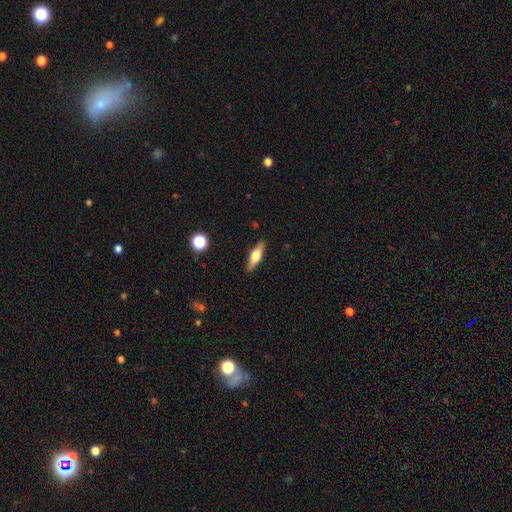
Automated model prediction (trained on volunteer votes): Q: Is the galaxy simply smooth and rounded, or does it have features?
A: featured or disk — 53%.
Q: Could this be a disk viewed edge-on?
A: yes — 94%.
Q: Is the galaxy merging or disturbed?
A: none — 89%.